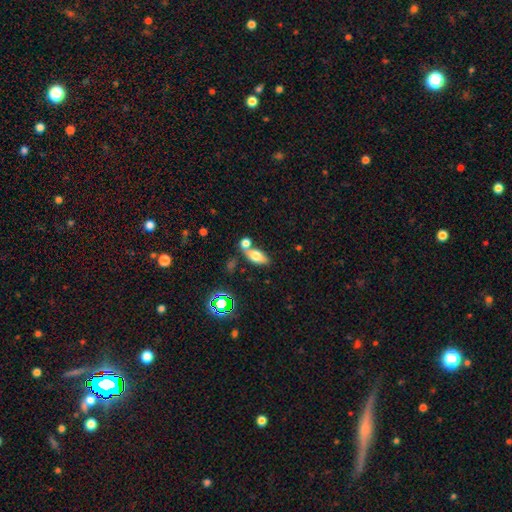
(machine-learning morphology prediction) This is likely a smooth galaxy (70%). How rounded: clearly in between (84%). Merging: possibly none (49%).